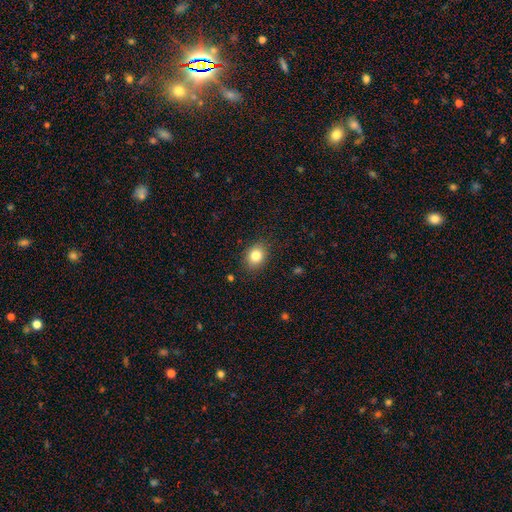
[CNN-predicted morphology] type=smooth (82%); roundness=in between (50%); merging=none (86%).